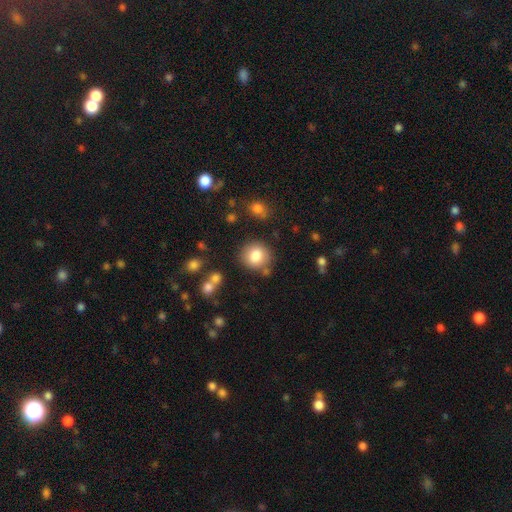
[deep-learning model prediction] This appears to be a smooth galaxy with no disk features (82%) that is round (86%). Merging: none (81%).